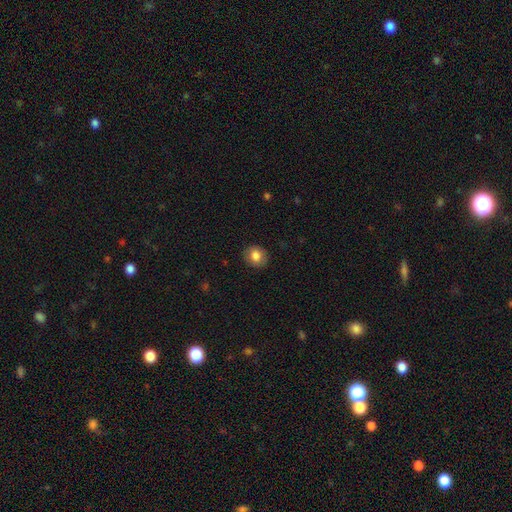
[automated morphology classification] Overall: smooth (81%). How rounded: round (72%). Merging: none (88%).